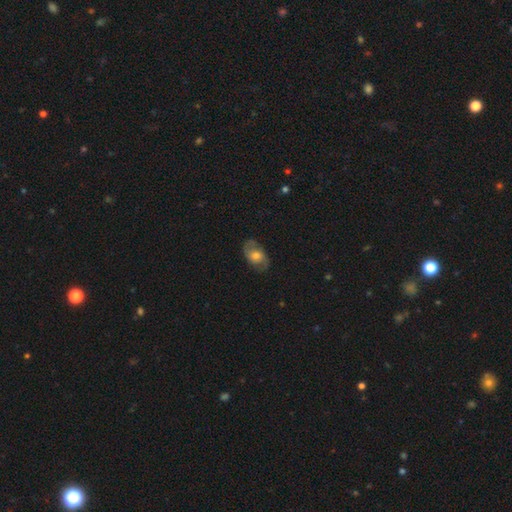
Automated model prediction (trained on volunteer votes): smooth-or-featured: featured or disk: 59% | smooth: 34% | star or artifact: 7%
  disk-edge-on: no: 95% | yes: 5%
    bar: no: 66% | weak: 29% | strong: 5%
    has-spiral-arms: yes: 82% | no: 18%
    bulge-size: moderate: 59% | small: 20% | large: 17% | none: 3% | dominant: 2%
  merging: none: 75% | minor disturbance: 17% | major disturbance: 7% | merger: 1%